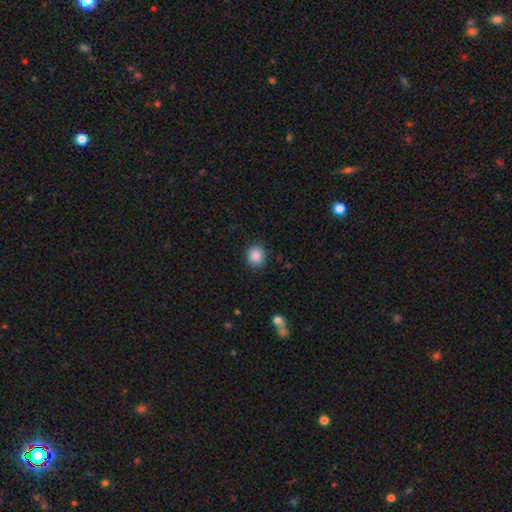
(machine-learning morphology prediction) Overall: smooth (87%). How rounded: round (83%). Merging: none (89%).